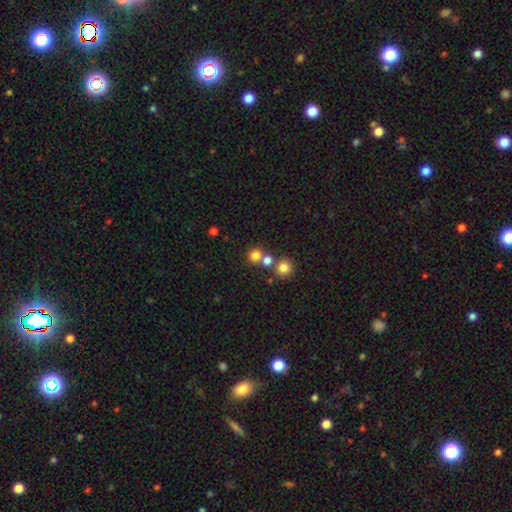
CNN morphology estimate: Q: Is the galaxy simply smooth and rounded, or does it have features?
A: smooth — 78%.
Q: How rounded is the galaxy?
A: round — 88%.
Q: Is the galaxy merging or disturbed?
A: none — 63%.